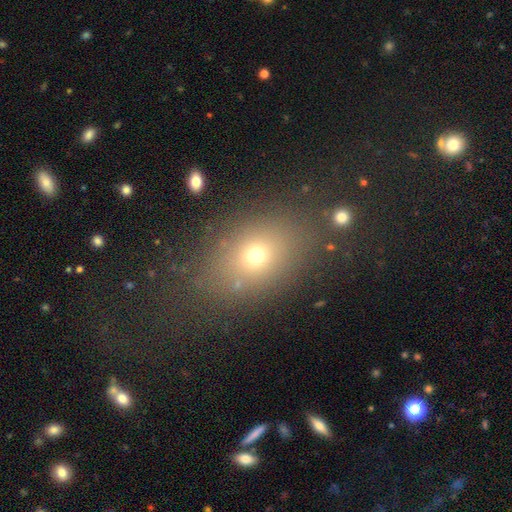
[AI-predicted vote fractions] Q: Smooth or featured?
A: smooth (67%); runner-up: star or artifact (18%)
Q: How rounded?
A: in between (68%); runner-up: round (30%)
Q: Merging?
A: none (77%); runner-up: minor disturbance (12%)